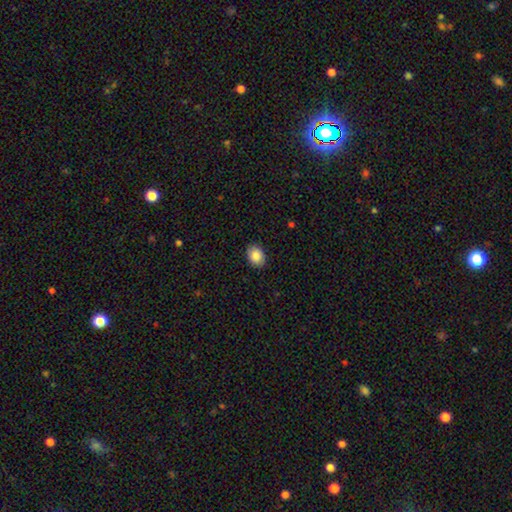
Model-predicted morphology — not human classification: This is clearly a smooth galaxy (87%). How rounded: likely in between (65%). Merging: clearly none (89%).